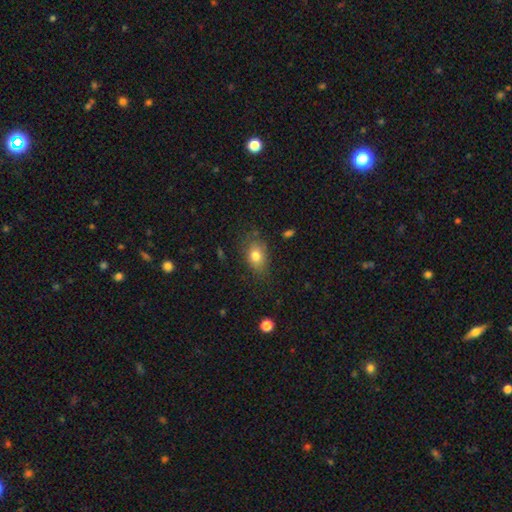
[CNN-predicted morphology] Smooth or featured: smooth — 78% (featured or disk — 12%)
How rounded: in between — 77% (round — 21%)
Merging: none — 74% (minor disturbance — 19%)